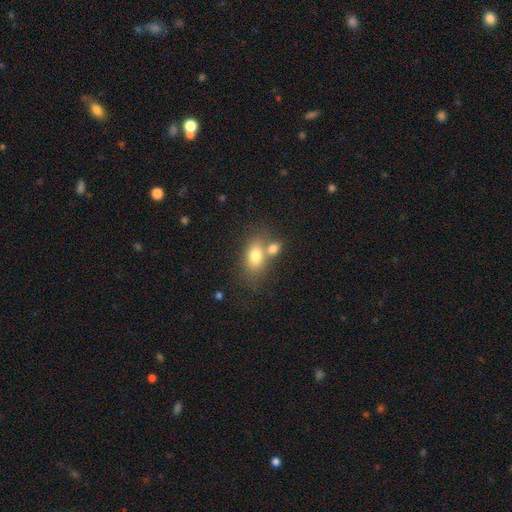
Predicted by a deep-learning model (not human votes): smooth 76%, featured or disk 15%, star or artifact 9%. Down the decision tree: how rounded — in between (83%); merging — none (44%).